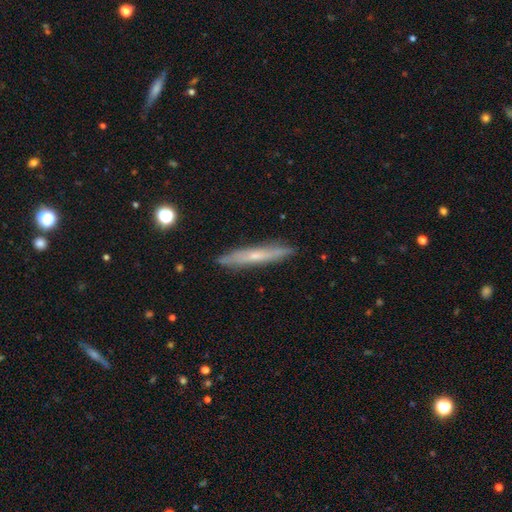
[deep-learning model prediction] Morphology: type=featured or disk (52%); edge-on=yes (88%); merging=none (88%).